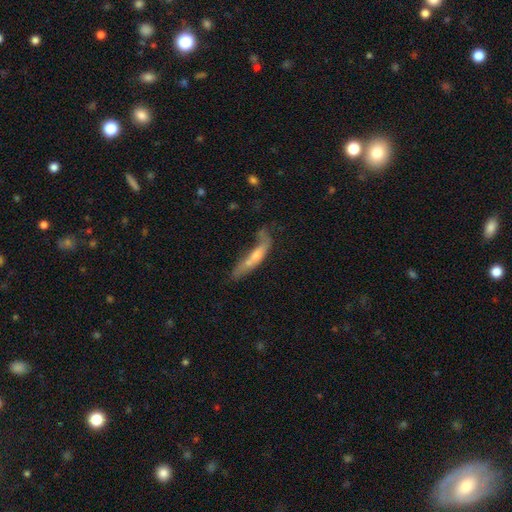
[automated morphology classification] smooth_or_featured: featured or disk (p=0.46) [tied with: smooth p=0.46]
merging: none (p=0.34) [alt: minor disturbance p=0.25]